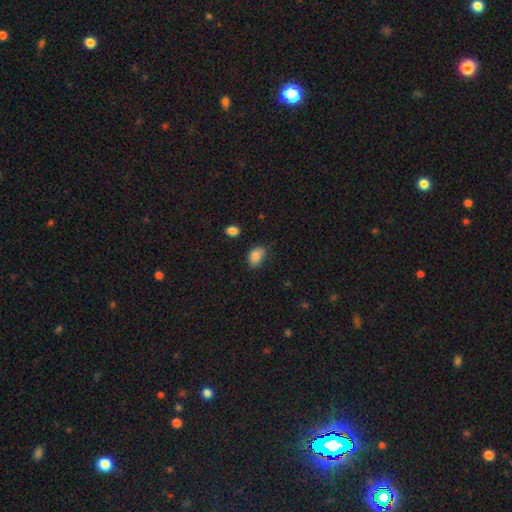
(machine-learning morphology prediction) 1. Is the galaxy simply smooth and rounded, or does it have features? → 85% smooth, 9% star or artifact, 6% featured or disk.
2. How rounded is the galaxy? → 84% in between, 15% round, 1% cigar-shaped.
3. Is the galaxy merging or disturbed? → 67% none, 26% minor disturbance, 5% major disturbance, 3% merger.